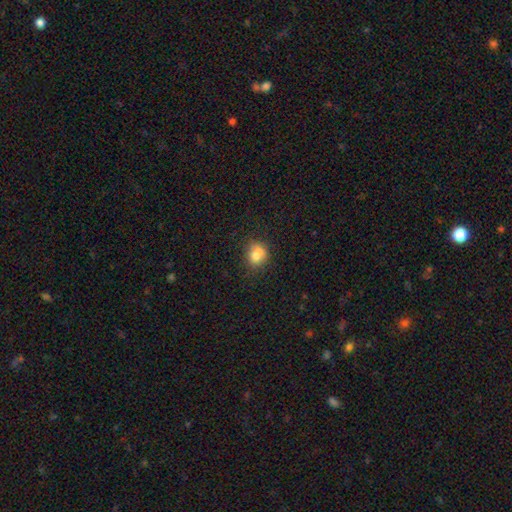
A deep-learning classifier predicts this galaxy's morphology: Overall: smooth (75%). How rounded: round (68%; in between 31%). Merging: none (50%; merger 23%).